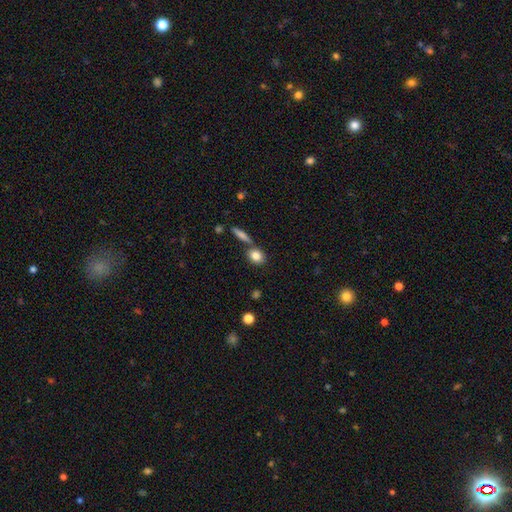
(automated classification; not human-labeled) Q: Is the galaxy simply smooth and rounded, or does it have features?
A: smooth — 83%.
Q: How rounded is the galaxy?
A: round — 55%.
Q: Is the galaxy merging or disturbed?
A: none — 67%.